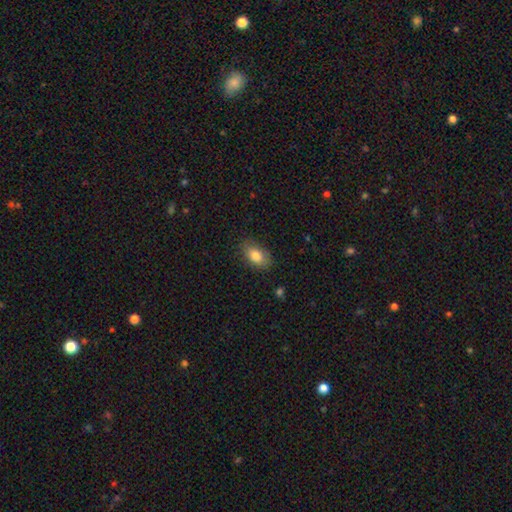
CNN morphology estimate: A smooth galaxy with no disk features (83%) that is in between round and cigar-shaped (90%).

Vote fractions:
- Smooth or featured? smooth: 83% / featured or disk: 10% / star or artifact: 8%
- How rounded? in between: 90% / round: 8% / cigar-shaped: 3%
- Merging? none: 80% / minor disturbance: 15% / major disturbance: 3% / merger: 1%